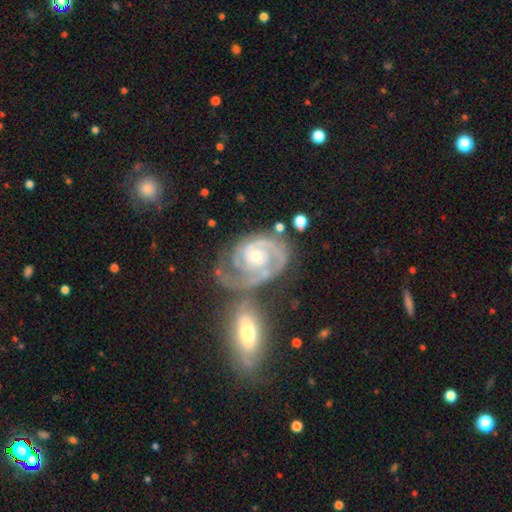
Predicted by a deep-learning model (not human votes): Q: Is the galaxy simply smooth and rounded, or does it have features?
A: featured or disk — 91%.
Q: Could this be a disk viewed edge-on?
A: no — 97%.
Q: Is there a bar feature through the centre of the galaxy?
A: no — 65%.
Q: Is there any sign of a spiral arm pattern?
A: yes — 98%.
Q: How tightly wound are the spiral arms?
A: tight — 70%.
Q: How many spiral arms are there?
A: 2 — 61%.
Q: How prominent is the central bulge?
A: small — 55%.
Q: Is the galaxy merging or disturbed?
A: none — 45%.